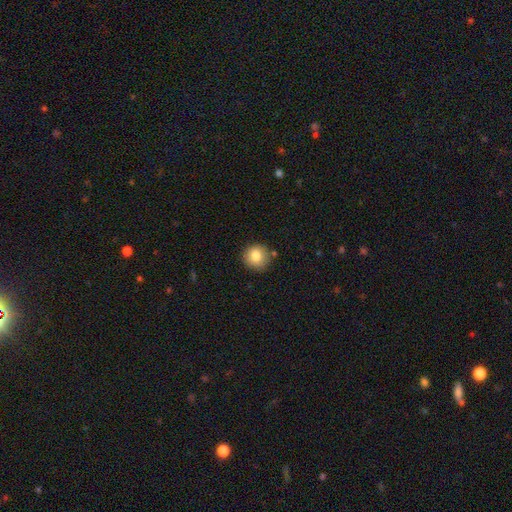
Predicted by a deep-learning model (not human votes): smooth_or_featured: smooth (p=0.83) [alt: star or artifact p=0.09]
how_rounded: round (p=0.91) [alt: in between p=0.08]
merging: none (p=0.84) [alt: minor disturbance p=0.10]